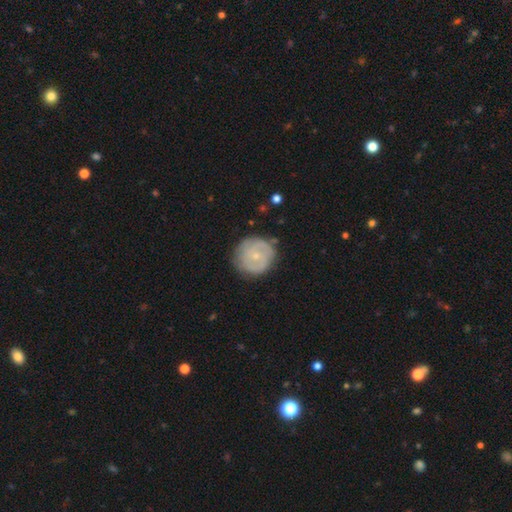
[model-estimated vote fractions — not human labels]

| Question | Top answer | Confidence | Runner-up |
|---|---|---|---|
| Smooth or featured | featured or disk | 57% | smooth (37%) |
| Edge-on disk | no | 98% | yes (2%) |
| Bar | no | 68% | weak (27%) |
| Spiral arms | yes | 74% | no (26%) |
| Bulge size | small | 75% | moderate (20%) |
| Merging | none | 77% | minor disturbance (16%) |